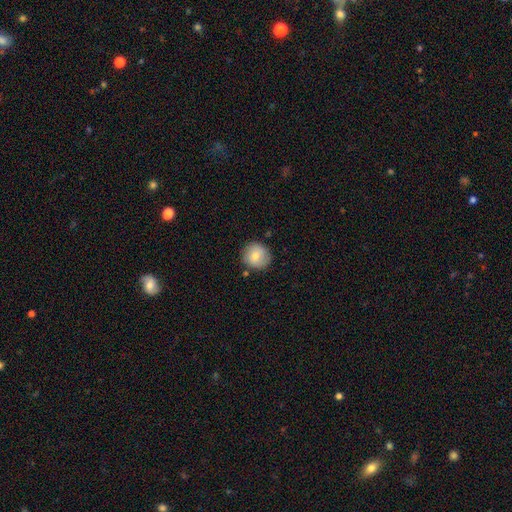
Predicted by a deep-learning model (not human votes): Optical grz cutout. It shows a smooth galaxy with no disk features (73%) that is round (92%). Merging: none (82%).